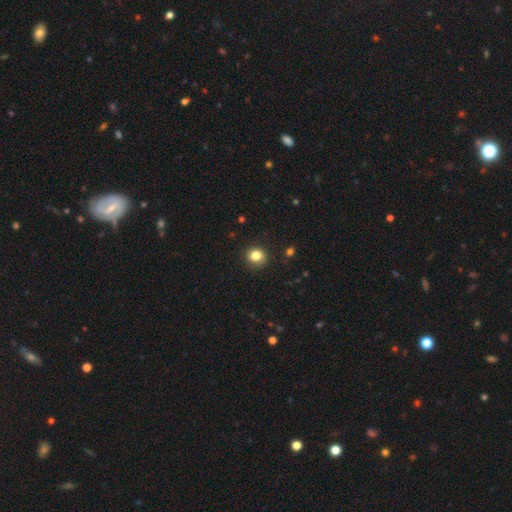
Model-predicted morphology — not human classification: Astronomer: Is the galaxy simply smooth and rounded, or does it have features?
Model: smooth — 83%.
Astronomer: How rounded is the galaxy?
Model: round — 83%.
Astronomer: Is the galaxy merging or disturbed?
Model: none — 88%.